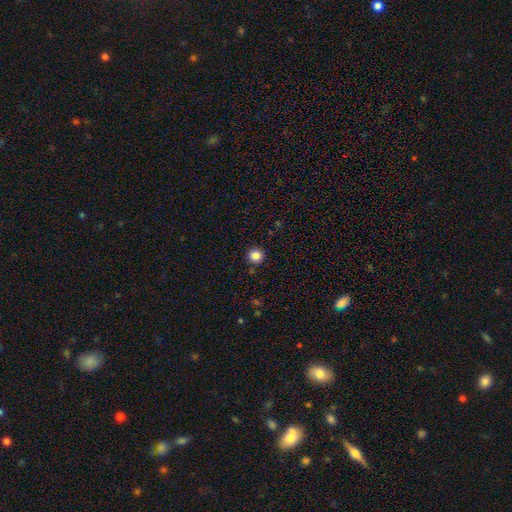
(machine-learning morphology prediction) smooth-or-featured: smooth: 84% | star or artifact: 12% | featured or disk: 5%
  how-rounded: round: 93% | in between: 6% | cigar-shaped: 1%
  merging: none: 91% | minor disturbance: 6% | major disturbance: 2% | merger: 1%